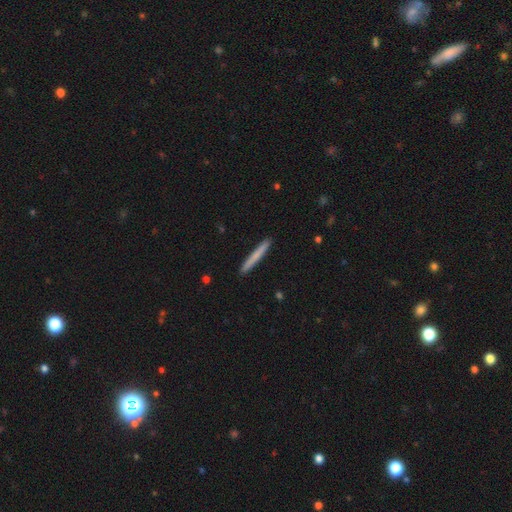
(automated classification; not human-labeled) smooth-or-featured: smooth: 68% | featured or disk: 26% | star or artifact: 6%
  how-rounded: cigar-shaped: 97% | in between: 2% | round: 1%
  merging: none: 92% | minor disturbance: 6% | major disturbance: 1% | merger: 1%